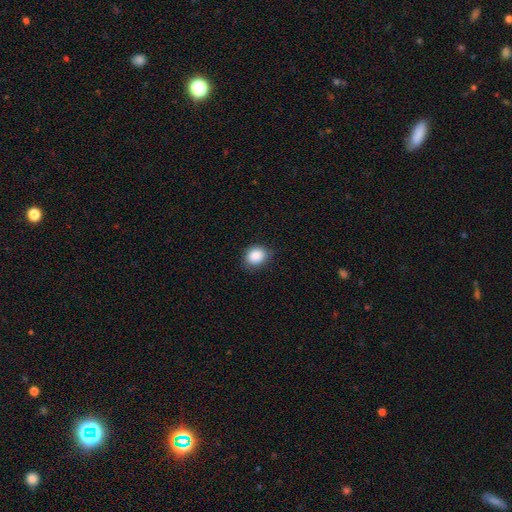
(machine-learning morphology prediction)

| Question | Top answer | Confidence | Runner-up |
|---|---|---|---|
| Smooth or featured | smooth | 88% | star or artifact (8%) |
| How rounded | round | 53% | in between (47%) |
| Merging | none | 82% | minor disturbance (15%) |